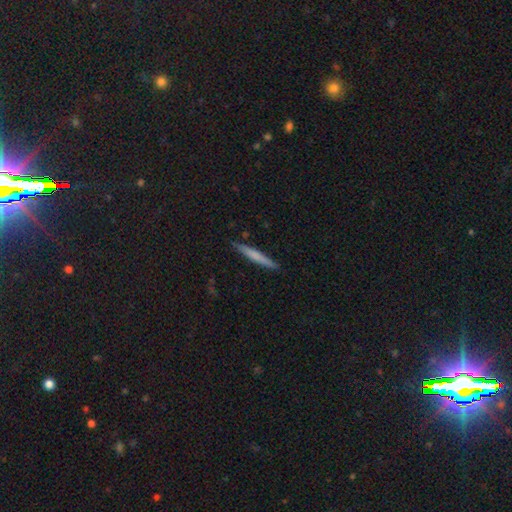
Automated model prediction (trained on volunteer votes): Q: Smooth or featured?
A: smooth (62%); runner-up: featured or disk (32%)
Q: How rounded?
A: cigar-shaped (96%); runner-up: in between (3%)
Q: Merging?
A: none (90%); runner-up: minor disturbance (8%)